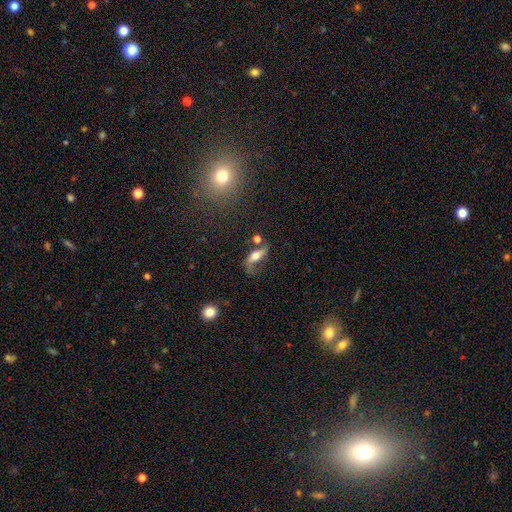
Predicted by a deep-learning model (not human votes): smooth-or-featured: featured or disk: 56% | smooth: 34% | star or artifact: 9%
  disk-edge-on: no: 62% | yes: 38%
  merging: none: 41% | major disturbance: 24% | minor disturbance: 21% | merger: 13%